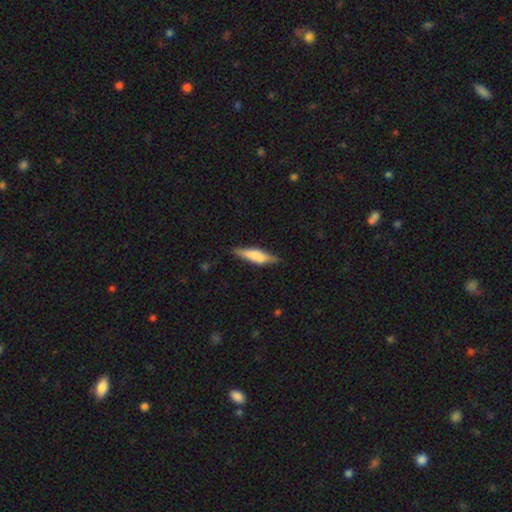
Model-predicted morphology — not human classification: smooth 56%, featured or disk 38%, star or artifact 7%. Down the decision tree: how rounded — cigar-shaped (70%); merging — none (79%).